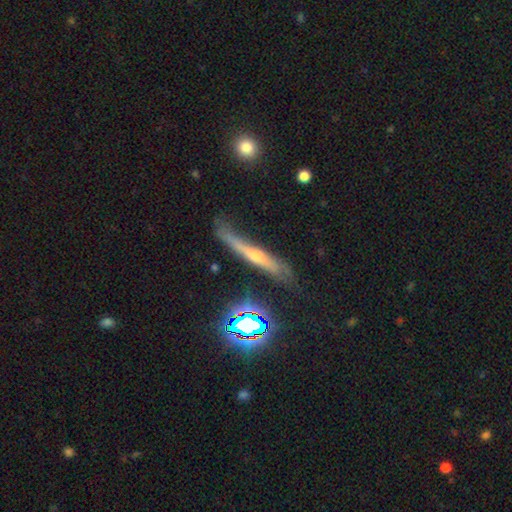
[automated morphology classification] Smooth or featured? Predicted: featured or disk (p=0.60). Edge-on disk? Predicted: yes (p=0.83). Merging? Predicted: none (p=0.59).